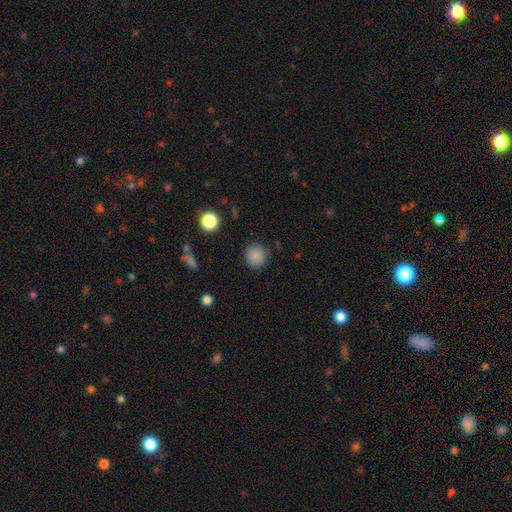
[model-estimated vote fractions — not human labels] The model was most divided on "smooth or featured": smooth: 85%, star or artifact: 11%, featured or disk: 4%. More confident: how rounded — round (92%); merging — none (87%).